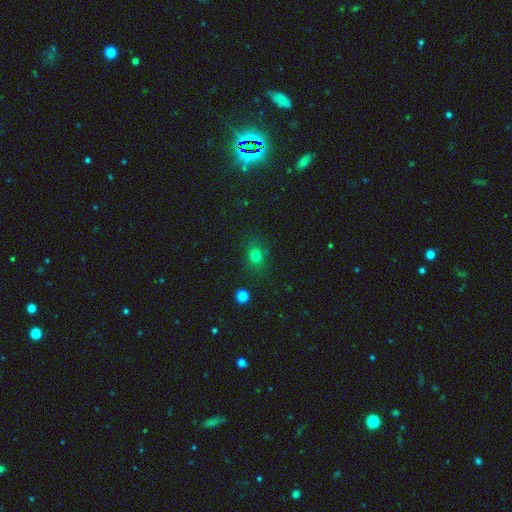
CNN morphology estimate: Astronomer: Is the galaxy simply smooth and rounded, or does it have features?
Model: smooth — 77%.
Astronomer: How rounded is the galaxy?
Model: round — 58% (runner-up: in between, 40%).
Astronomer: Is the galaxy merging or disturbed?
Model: none — 80%.